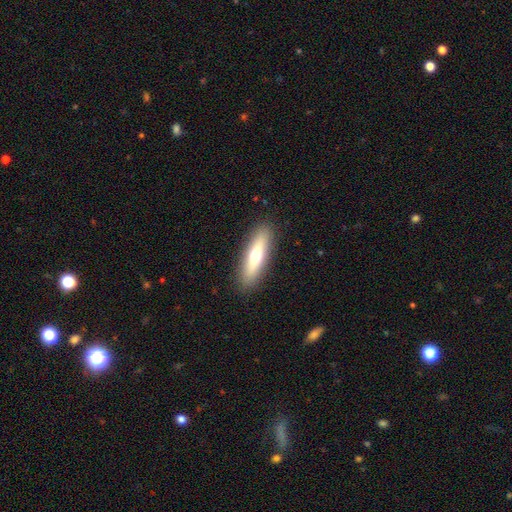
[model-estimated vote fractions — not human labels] This is possibly a smooth galaxy (58%). How rounded: likely cigar-shaped (67%). Merging: clearly none (90%).